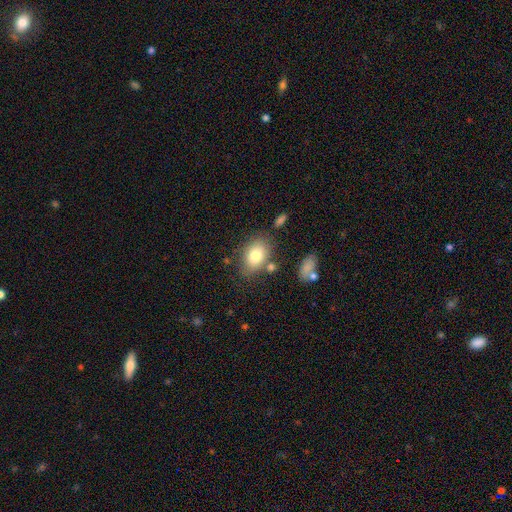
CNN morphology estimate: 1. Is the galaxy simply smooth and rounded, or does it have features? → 79% smooth, 13% featured or disk, 9% star or artifact.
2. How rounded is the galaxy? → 81% in between, 18% round, 1% cigar-shaped.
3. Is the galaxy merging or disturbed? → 71% none, 15% minor disturbance, 9% merger, 5% major disturbance.